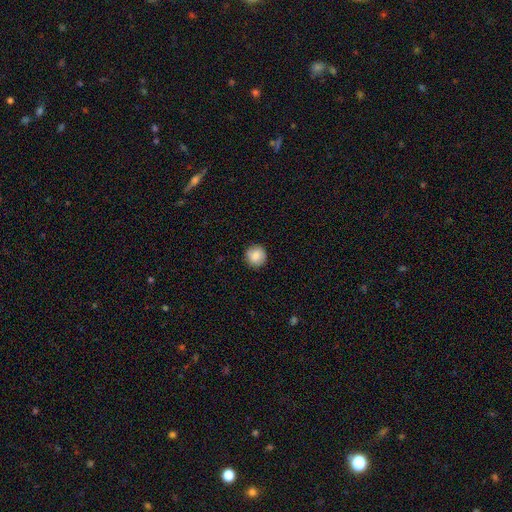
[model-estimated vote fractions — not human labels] This is clearly a smooth galaxy (85%). How rounded: clearly round (94%). Merging: clearly none (90%).